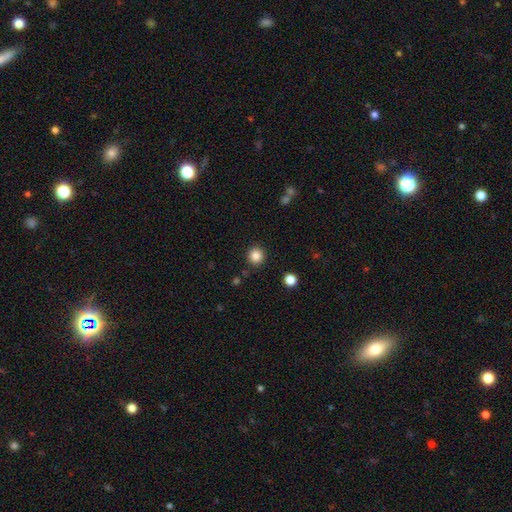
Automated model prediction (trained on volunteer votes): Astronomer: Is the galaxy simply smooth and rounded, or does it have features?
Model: smooth — 85%.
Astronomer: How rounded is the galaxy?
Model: round — 93%.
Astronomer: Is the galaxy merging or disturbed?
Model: none — 90%.